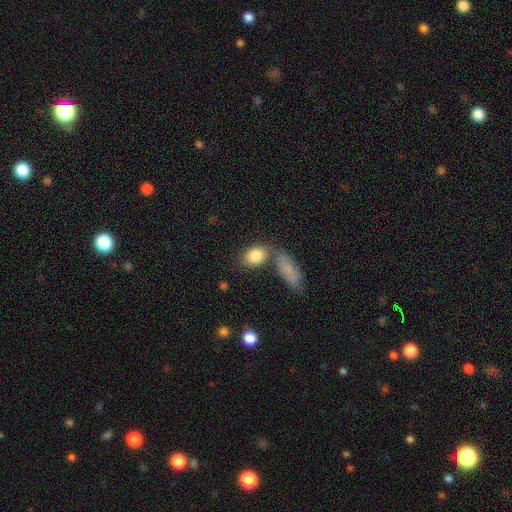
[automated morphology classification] Smooth or featured? Predicted: smooth (p=0.83). How rounded? Predicted: in between (p=0.74). Merging? Predicted: none (p=0.52).